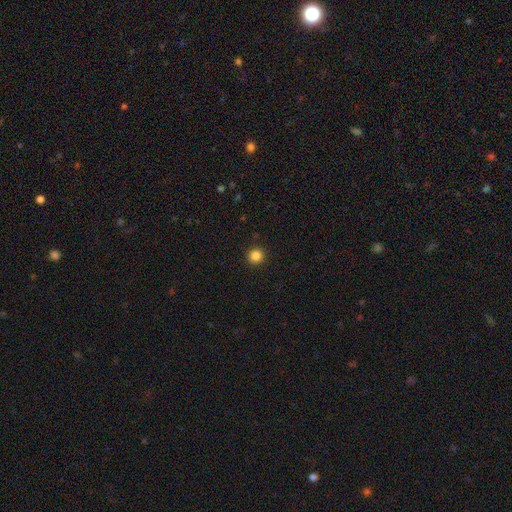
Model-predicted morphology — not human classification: This appears to be a smooth galaxy with no disk features (85%) that is round (94%). Merging: none (92%).